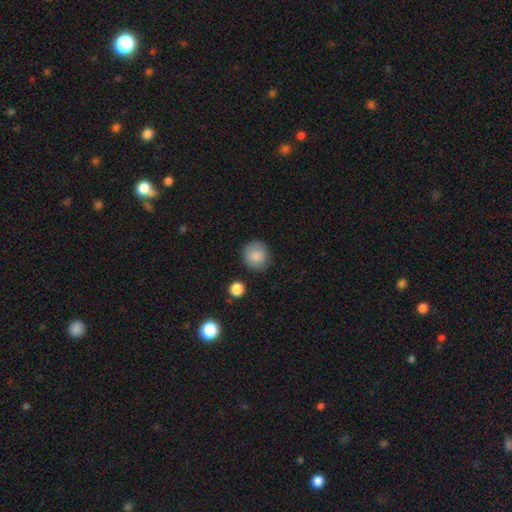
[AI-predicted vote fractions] smooth_or_featured: smooth (p=0.86) [alt: star or artifact p=0.08]
how_rounded: round (p=0.90) [alt: in between p=0.10]
merging: none (p=0.85) [alt: minor disturbance p=0.10]